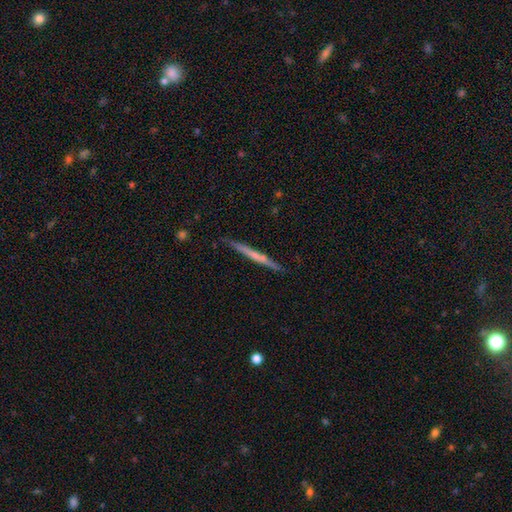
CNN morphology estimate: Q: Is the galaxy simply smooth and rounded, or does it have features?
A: featured or disk — 57%.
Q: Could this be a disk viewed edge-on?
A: yes — 97%.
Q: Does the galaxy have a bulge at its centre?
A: none — 72%.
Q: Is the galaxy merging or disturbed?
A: none — 88%.